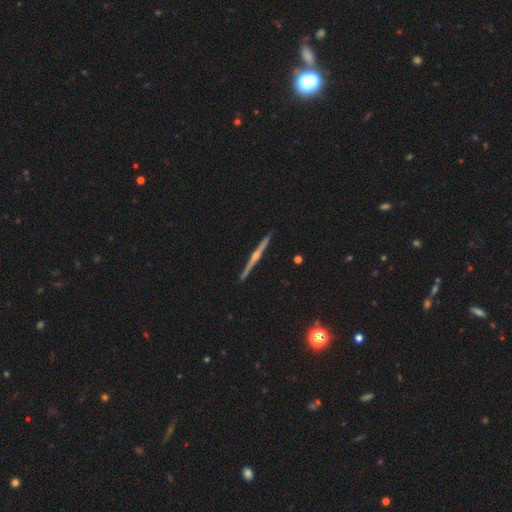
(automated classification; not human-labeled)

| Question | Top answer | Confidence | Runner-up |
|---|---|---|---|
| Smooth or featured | featured or disk | 83% | smooth (12%) |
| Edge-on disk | yes | 99% | no (1%) |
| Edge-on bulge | rounded | 85% | none (9%) |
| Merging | none | 93% | minor disturbance (5%) |